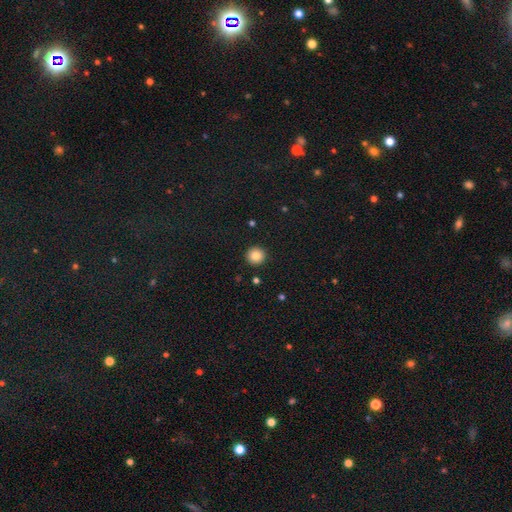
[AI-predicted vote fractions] Smooth or featured?
  - smooth: 84% *
  - star or artifact: 10%
  - featured or disk: 6%
How rounded?
  - round: 95% *
  - in between: 4%
  - cigar-shaped: 1%
Merging?
  - none: 93% *
  - minor disturbance: 5%
  - major disturbance: 2%
  - merger: 1%